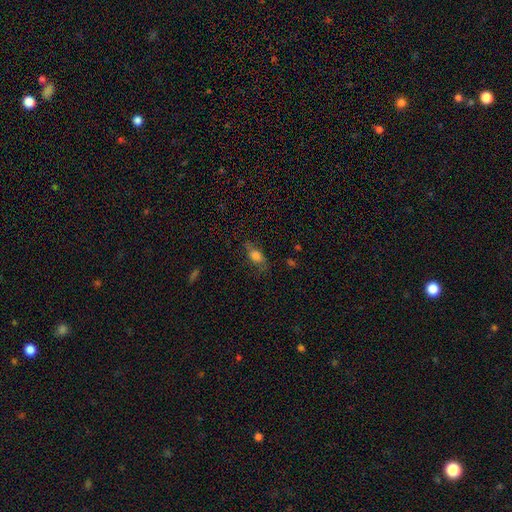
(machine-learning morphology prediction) type=smooth (72%); roundness=in between (77%); merging=none (63%).